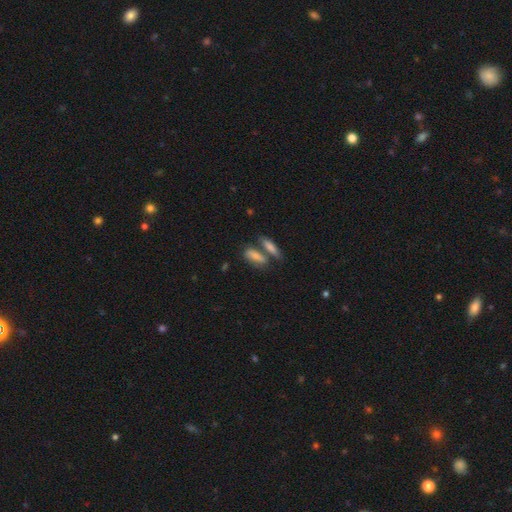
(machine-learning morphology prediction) Smooth or featured? smooth (72%)
How rounded? in between (52%)
Merging? none (47%)